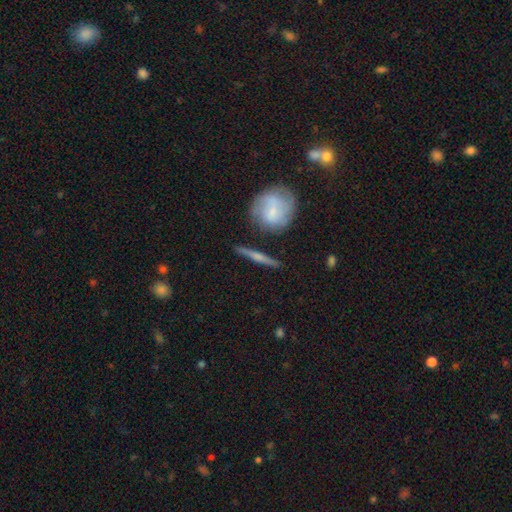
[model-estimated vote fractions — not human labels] Smooth or featured? featured or disk (62%)
Edge-on disk? yes (94%)
Edge-on bulge? rounded (68%)
Merging? none (86%)